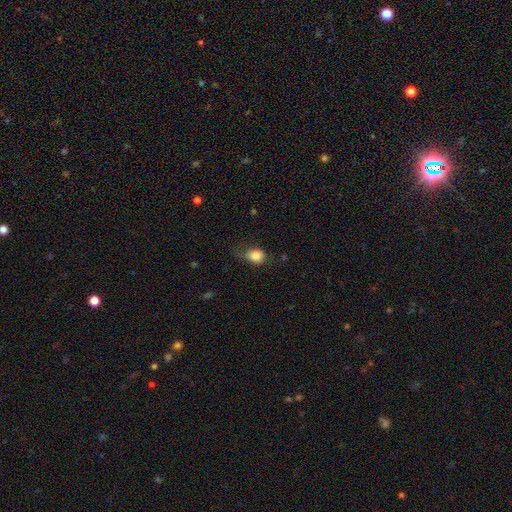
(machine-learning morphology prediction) Smooth or featured: smooth — 84% (star or artifact — 9%)
How rounded: in between — 58% (round — 41%)
Merging: none — 55% (minor disturbance — 30%)